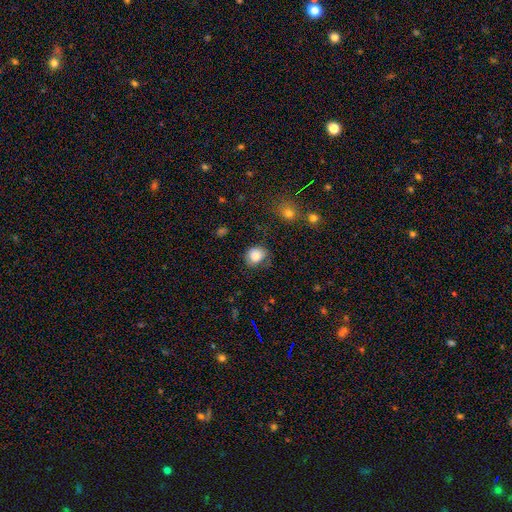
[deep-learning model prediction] Morphology: type=smooth (84%); roundness=round (72%); merging=none (64%).